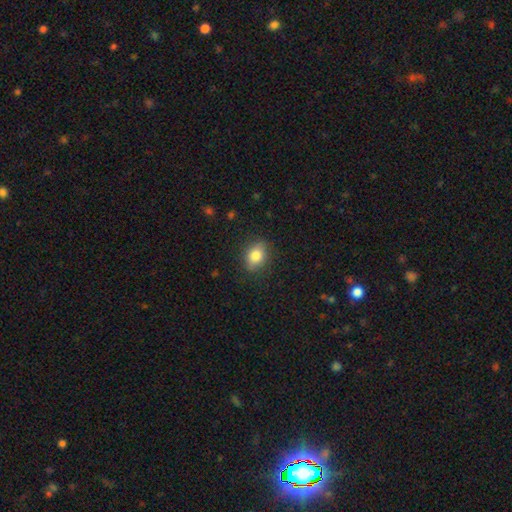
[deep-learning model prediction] Overall: smooth (81%). How rounded: in between (69%; round 29%). Merging: none (84%).